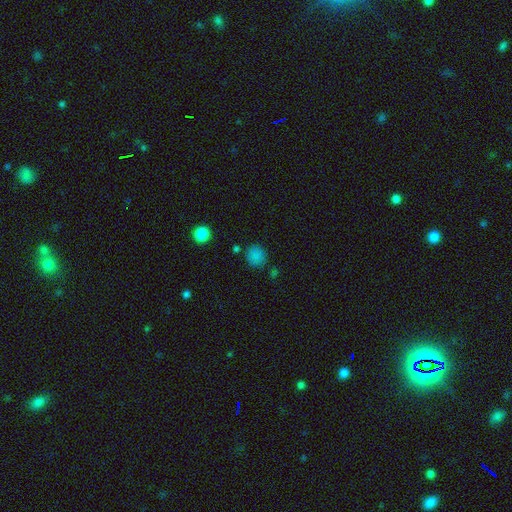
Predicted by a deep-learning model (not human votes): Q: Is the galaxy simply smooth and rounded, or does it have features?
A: smooth — 81%.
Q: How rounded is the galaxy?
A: round — 89%.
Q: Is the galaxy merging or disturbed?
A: none — 82%.